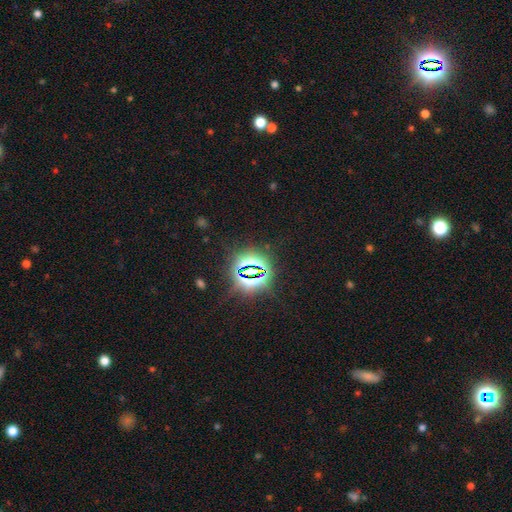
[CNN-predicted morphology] Smooth or featured: star or artifact — 80% (smooth — 12%)